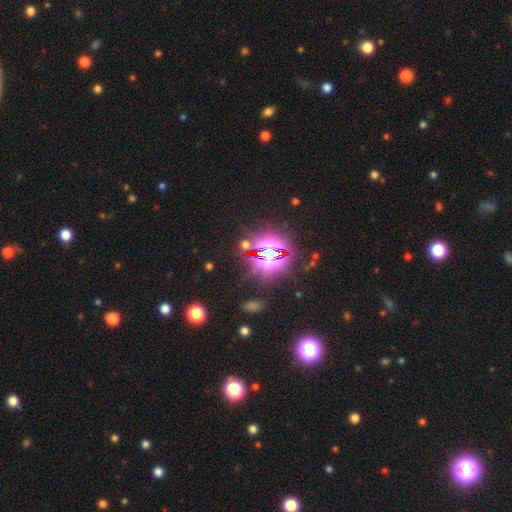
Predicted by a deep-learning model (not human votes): Smooth or featured? star or artifact (79%)